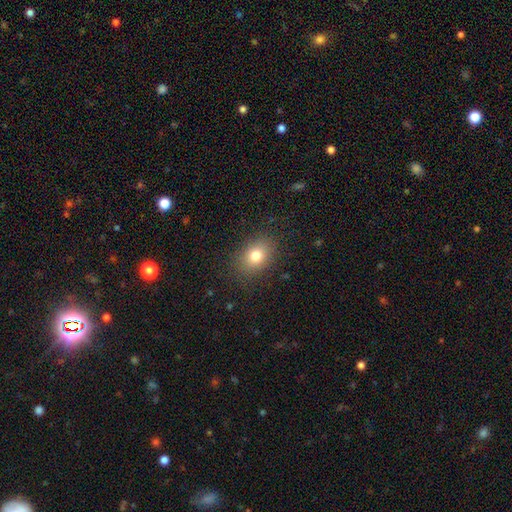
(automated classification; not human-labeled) A smooth galaxy with no disk features (79%) that is in between round and cigar-shaped (68%).

Vote fractions:
- Smooth or featured? smooth: 79% / star or artifact: 11% / featured or disk: 10%
- How rounded? in between: 68% / round: 31% / cigar-shaped: 1%
- Merging? none: 85% / minor disturbance: 10% / major disturbance: 4% / merger: 1%